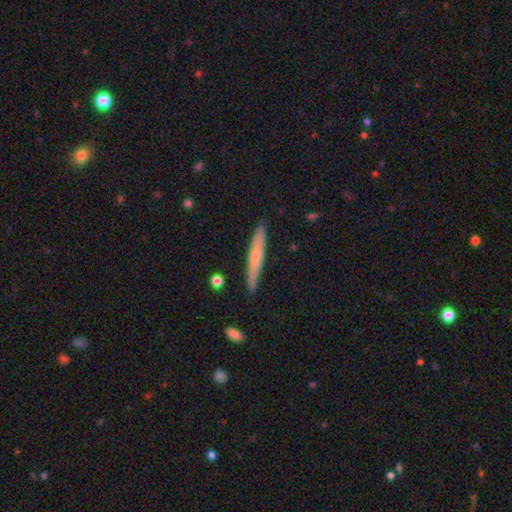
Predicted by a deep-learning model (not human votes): Q: Smooth or featured?
A: smooth (54%); runner-up: featured or disk (41%)
Q: How rounded?
A: cigar-shaped (94%); runner-up: in between (4%)
Q: Merging?
A: none (87%); runner-up: minor disturbance (10%)